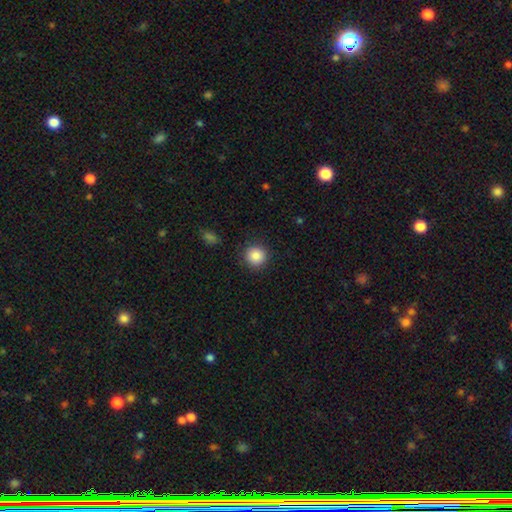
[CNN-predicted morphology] smooth-or-featured: smooth: 87% | star or artifact: 9% | featured or disk: 4%
  how-rounded: round: 94% | in between: 5% | cigar-shaped: 1%
  merging: none: 90% | minor disturbance: 7% | major disturbance: 2% | merger: 1%